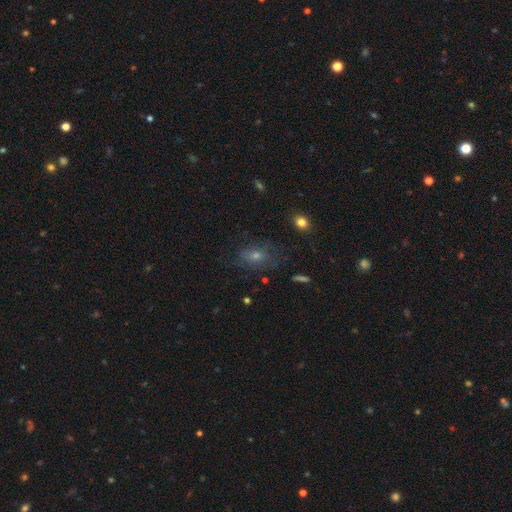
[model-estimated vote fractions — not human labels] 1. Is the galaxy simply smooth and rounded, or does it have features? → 43% smooth, 32% featured or disk, 26% star or artifact.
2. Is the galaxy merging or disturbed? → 68% none, 19% minor disturbance, 11% major disturbance, 2% merger.